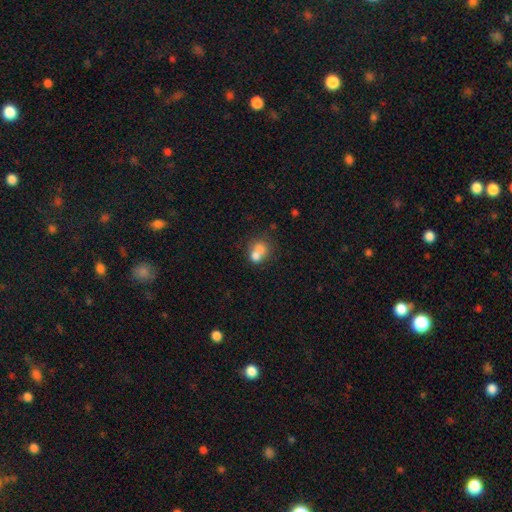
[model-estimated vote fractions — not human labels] Q: Smooth or featured?
A: smooth (69%); runner-up: featured or disk (20%)
Q: How rounded?
A: round (62%); runner-up: in between (37%)
Q: Merging?
A: merger (63%); runner-up: none (26%)